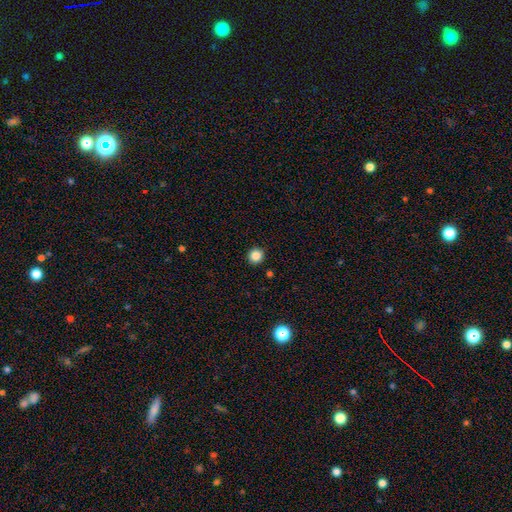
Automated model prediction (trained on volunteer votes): smooth 86%, star or artifact 11%, featured or disk 3%. Down the decision tree: how rounded — round (93%); merging — none (92%).